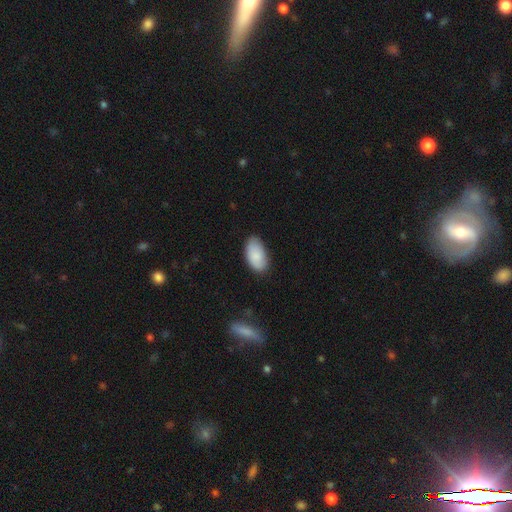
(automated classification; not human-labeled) smooth_or_featured: smooth (p=0.86) [alt: featured or disk p=0.08]
how_rounded: in between (p=0.95) [alt: round p=0.03]
merging: none (p=0.78) [alt: minor disturbance p=0.18]